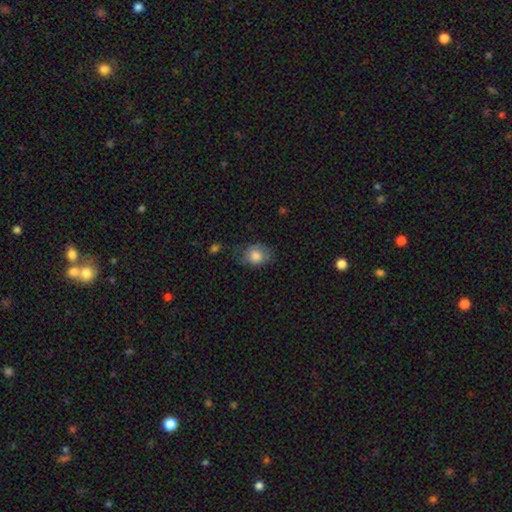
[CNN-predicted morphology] A smooth galaxy with no disk features (80%) that is in between round and cigar-shaped (55%). Merging: none (58%).